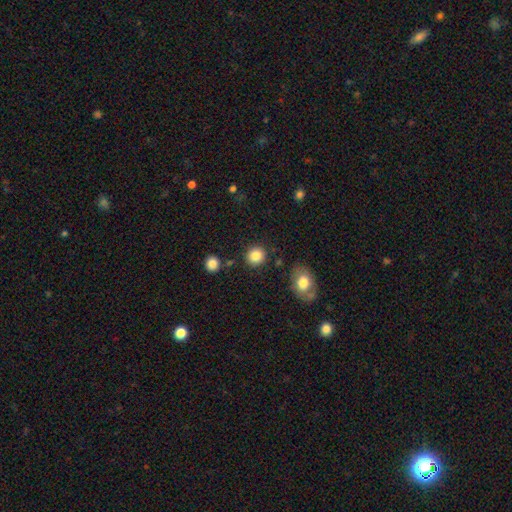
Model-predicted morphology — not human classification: Smooth or featured: smooth — 86% (star or artifact — 10%)
How rounded: round — 89% (in between — 10%)
Merging: none — 86% (minor disturbance — 7%)